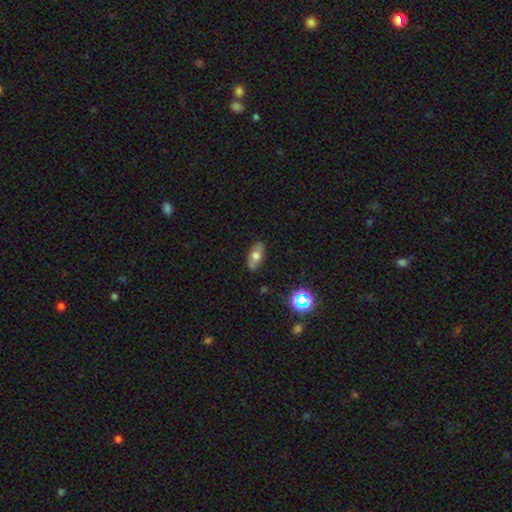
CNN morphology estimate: Q: Smooth or featured?
A: smooth (63%); runner-up: featured or disk (26%)
Q: How rounded?
A: in between (83%); runner-up: cigar-shaped (11%)
Q: Merging?
A: none (81%); runner-up: minor disturbance (14%)